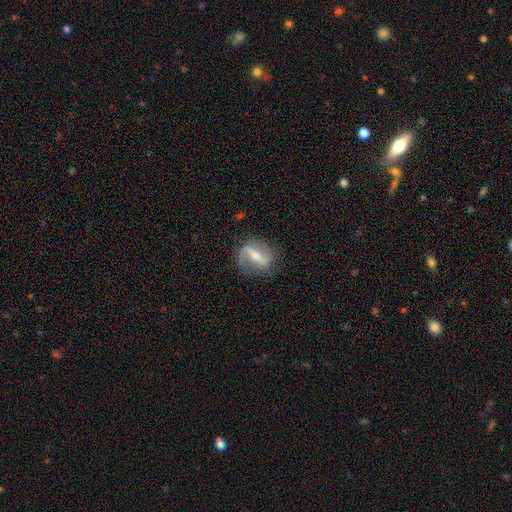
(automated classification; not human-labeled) A featured or disk galaxy (79%) with a strong bar (63%), 2 (79%) loose (54%) spiral arms (85%) and a small central bulge (49%). Merging: none (76%).